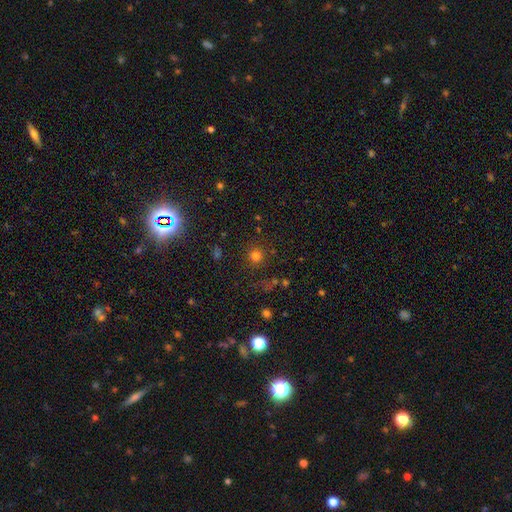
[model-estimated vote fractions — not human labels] smooth_or_featured: smooth (p=0.74) [alt: star or artifact p=0.20]
how_rounded: round (p=0.93) [alt: in between p=0.06]
merging: none (p=0.83) [alt: minor disturbance p=0.09]